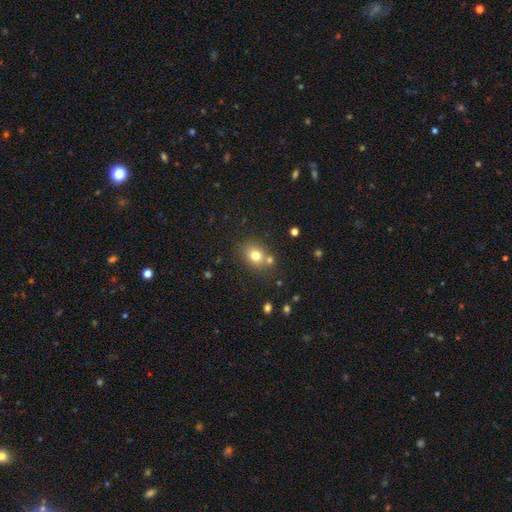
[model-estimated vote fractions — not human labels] smooth_or_featured: smooth (p=0.76) [alt: star or artifact p=0.13]
how_rounded: round (p=0.58) [alt: in between p=0.41]
merging: none (p=0.67) [alt: merger p=0.17]